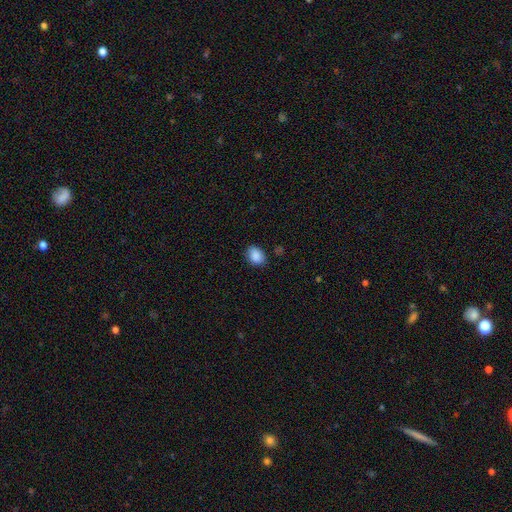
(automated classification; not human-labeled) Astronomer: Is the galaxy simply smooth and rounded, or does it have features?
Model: smooth — 88%.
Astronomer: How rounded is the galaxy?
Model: in between — 72%.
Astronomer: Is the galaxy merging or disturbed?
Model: none — 83%.